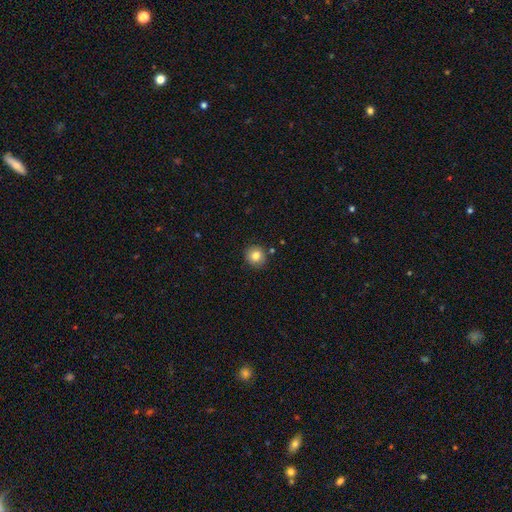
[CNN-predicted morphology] Smooth or featured? smooth (82%)
How rounded? round (91%)
Merging? none (88%)